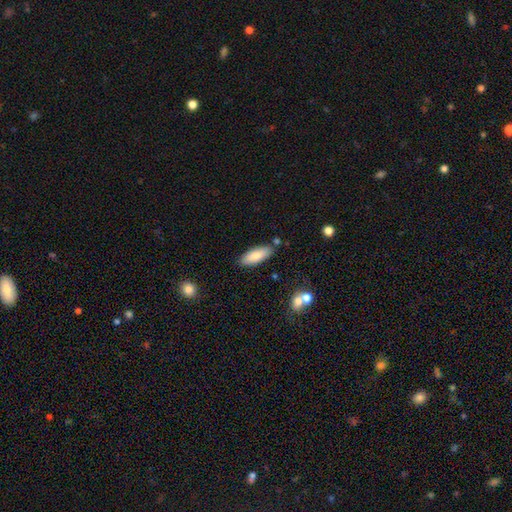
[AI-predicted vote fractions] Smooth or featured: smooth — 84% (featured or disk — 10%)
How rounded: in between — 65% (cigar-shaped — 33%)
Merging: none — 83% (minor disturbance — 11%)